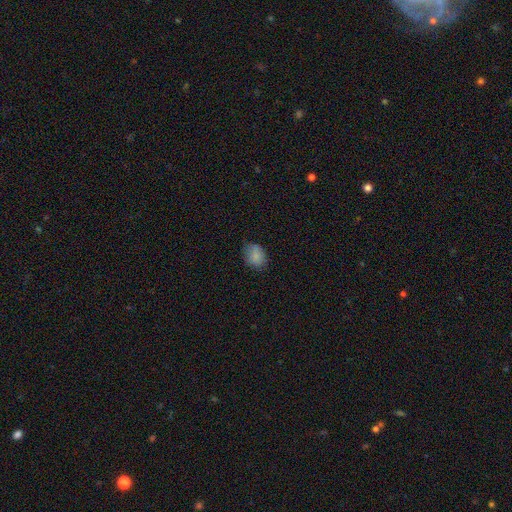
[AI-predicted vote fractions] This is clearly a smooth galaxy (83%). How rounded: likely in between (61%). Merging: likely none (74%).